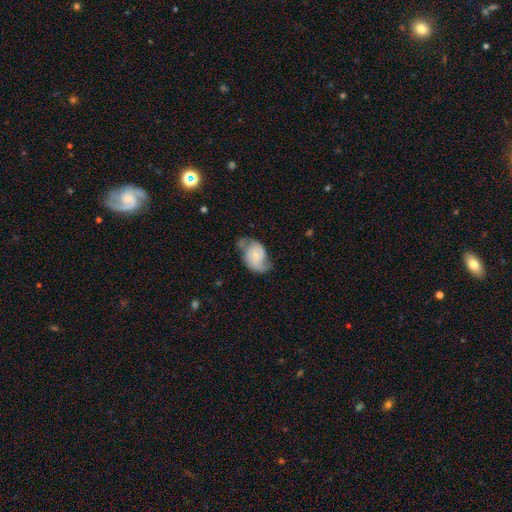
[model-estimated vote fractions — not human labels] The model was most divided on "merging": none: 45%, minor disturbance: 33%, major disturbance: 19%, merger: 3%. More confident: edge-on disk — no (97%); spiral arms — yes (85%); bar — no (67%); bulge size — small (64%); smooth or featured — featured or disk (59%).